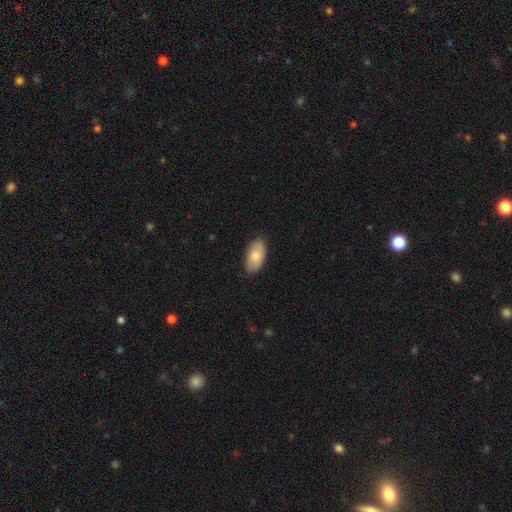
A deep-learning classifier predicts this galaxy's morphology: This is likely a smooth galaxy (77%). How rounded: clearly in between (95%). Merging: clearly none (81%).